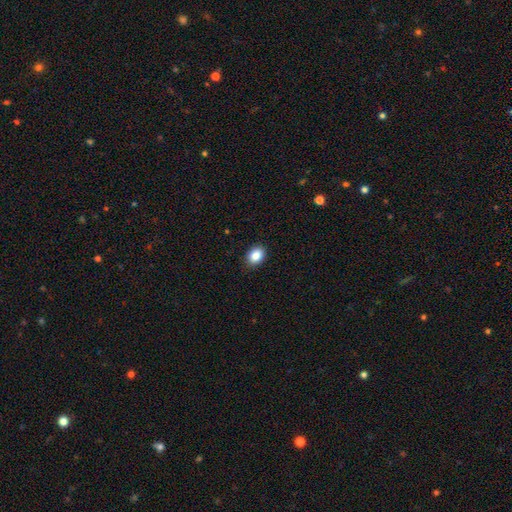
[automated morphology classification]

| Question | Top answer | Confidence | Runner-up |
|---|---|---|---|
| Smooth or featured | smooth | 86% | star or artifact (9%) |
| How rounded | in between | 64% | round (35%) |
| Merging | none | 89% | minor disturbance (8%) |